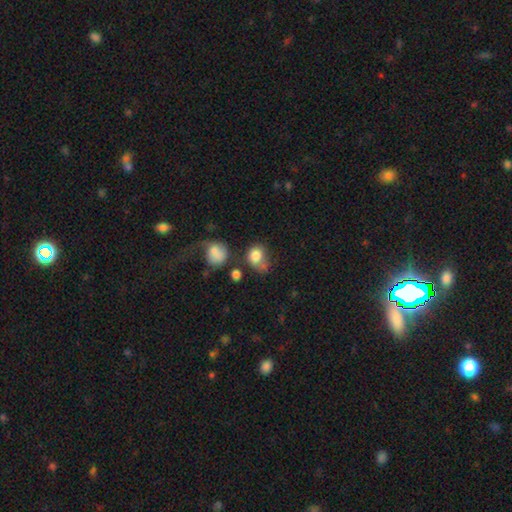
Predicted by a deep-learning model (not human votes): A smooth galaxy with no disk features (81%) that is round (55%). Merging: none (42%).